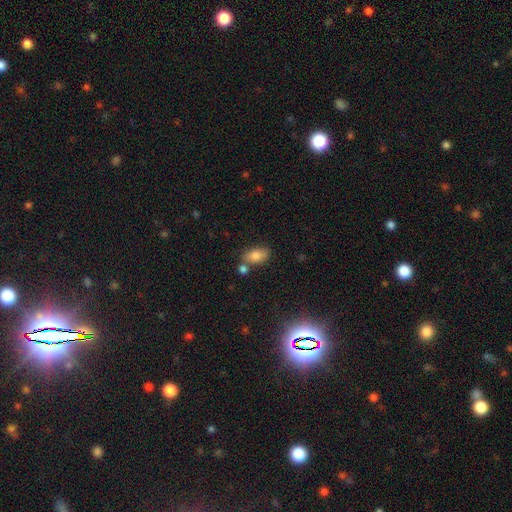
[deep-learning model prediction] Smooth or featured? smooth (80%)
How rounded? in between (89%)
Merging? none (67%)